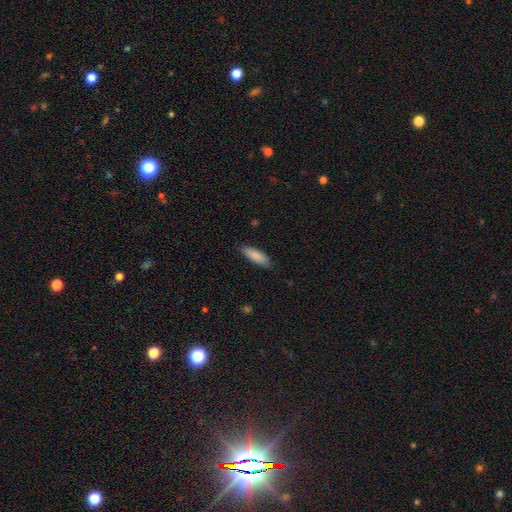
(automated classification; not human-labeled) Smooth or featured? Predicted: smooth (p=0.87). How rounded? Predicted: in between (p=0.55). Merging? Predicted: none (p=0.85).